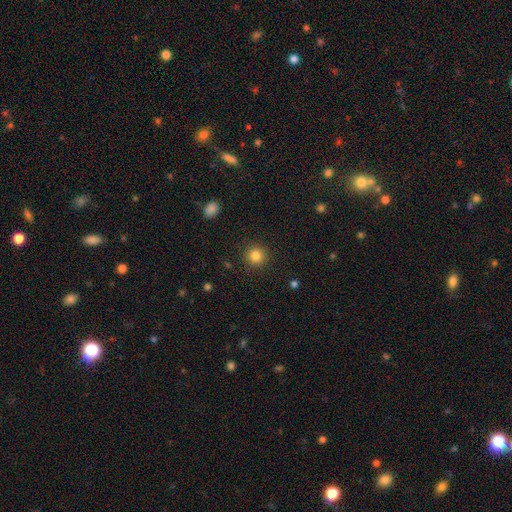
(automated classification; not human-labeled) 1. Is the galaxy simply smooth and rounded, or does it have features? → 83% smooth, 12% star or artifact, 5% featured or disk.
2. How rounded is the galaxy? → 94% round, 5% in between, 1% cigar-shaped.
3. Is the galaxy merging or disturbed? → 91% none, 6% minor disturbance, 2% major disturbance, 1% merger.